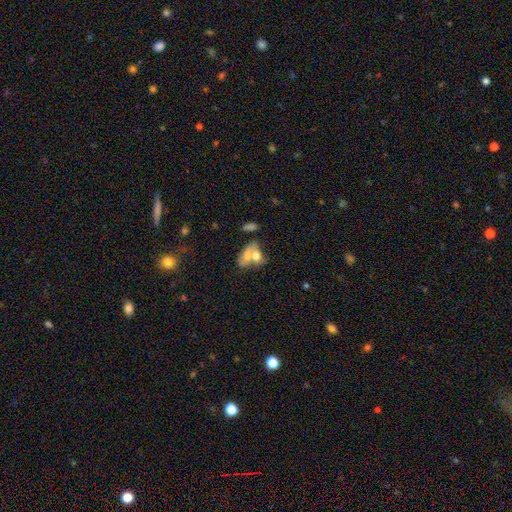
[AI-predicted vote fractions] Overall: smooth (64%; featured or disk 27%). How rounded: in between (74%). Merging: merger (64%).